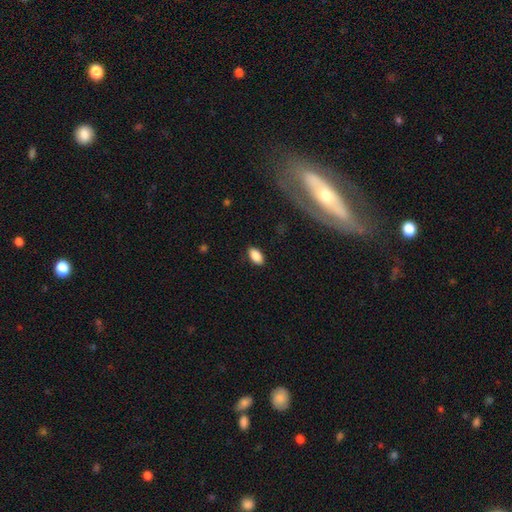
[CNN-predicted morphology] This appears to be a smooth galaxy with no disk features (87%) that is in between round and cigar-shaped (93%). Merging: none (87%).